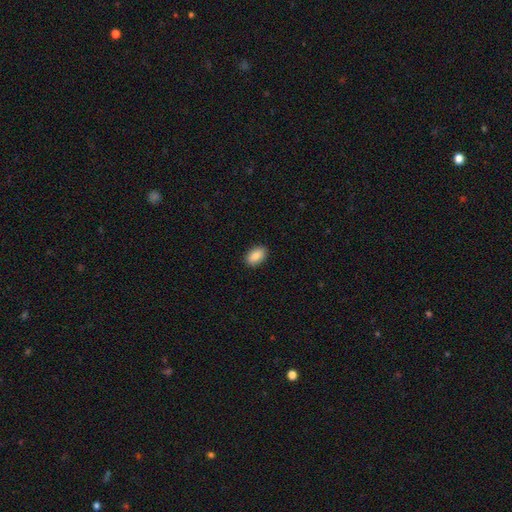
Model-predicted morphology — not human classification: This is clearly a smooth galaxy (87%). How rounded: clearly in between (90%). Merging: clearly none (90%).